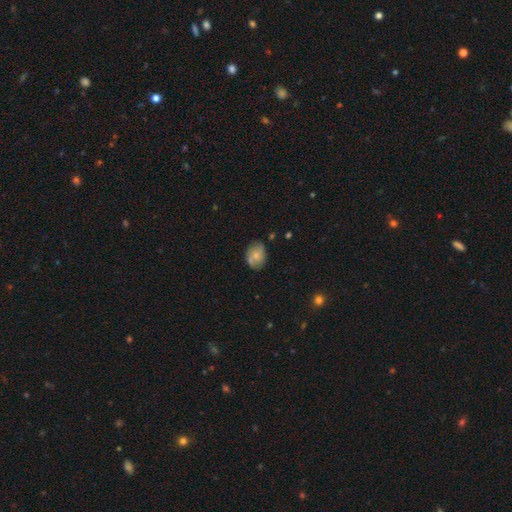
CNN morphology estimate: smooth-or-featured: smooth: 64% | featured or disk: 28% | star or artifact: 8%
  how-rounded: in between: 67% | round: 32% | cigar-shaped: 1%
  merging: none: 67% | minor disturbance: 23% | major disturbance: 5% | merger: 5%